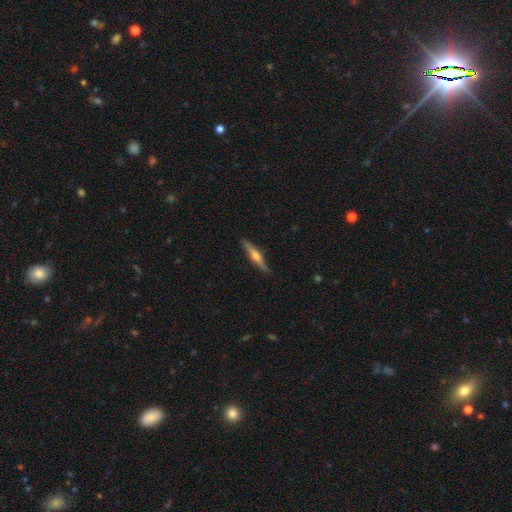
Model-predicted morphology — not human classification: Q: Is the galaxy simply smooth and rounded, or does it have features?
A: featured or disk — 69%.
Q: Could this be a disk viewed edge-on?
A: yes — 97%.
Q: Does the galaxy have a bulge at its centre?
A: rounded — 89%.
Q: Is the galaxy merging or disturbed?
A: none — 88%.